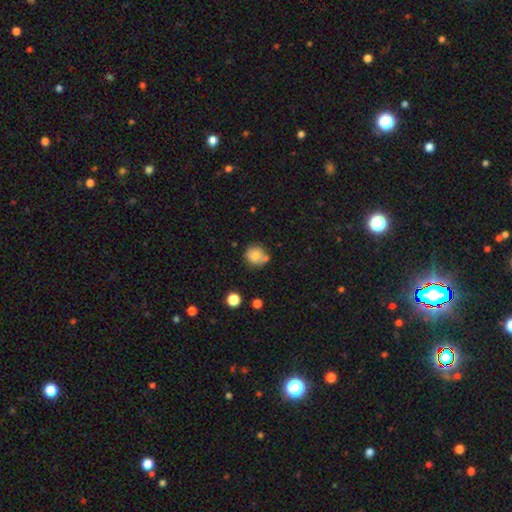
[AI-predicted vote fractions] Overall: smooth (80%). How rounded: round (77%). Merging: none (60%; minor disturbance 22%).